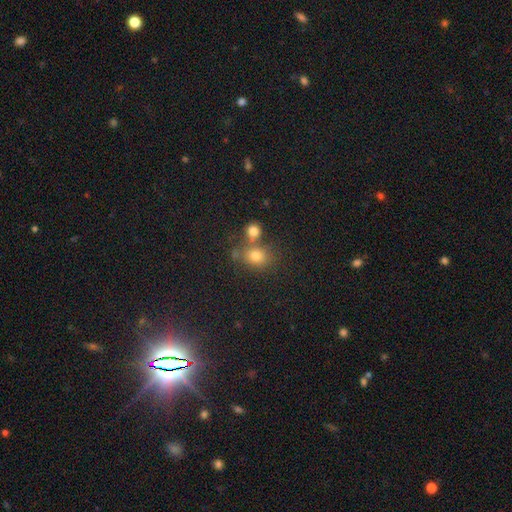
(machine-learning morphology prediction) type=smooth (75%); roundness=round (65%); merging=none (52%).